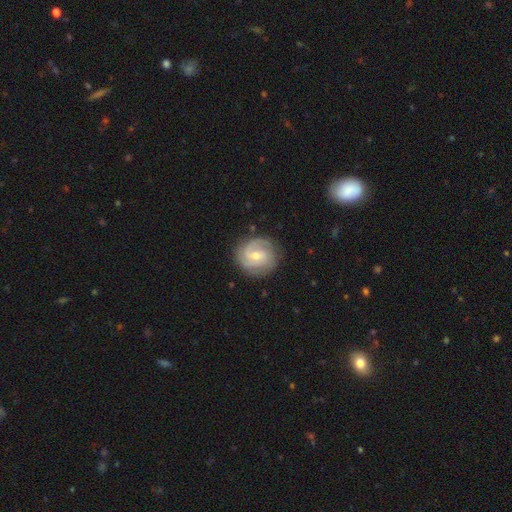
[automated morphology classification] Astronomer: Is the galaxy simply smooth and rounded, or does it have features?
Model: featured or disk — 81%.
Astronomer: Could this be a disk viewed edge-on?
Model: no — 98%.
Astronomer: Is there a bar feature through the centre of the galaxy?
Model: weak — 46% (runner-up: no, 45%).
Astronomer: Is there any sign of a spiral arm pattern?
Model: yes — 95%.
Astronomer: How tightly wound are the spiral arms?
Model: tight — 55% (runner-up: medium, 35%).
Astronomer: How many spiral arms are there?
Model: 2 — 48%.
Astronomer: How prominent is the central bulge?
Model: small — 49% (runner-up: moderate, 47%).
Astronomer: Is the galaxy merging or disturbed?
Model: none — 82%.